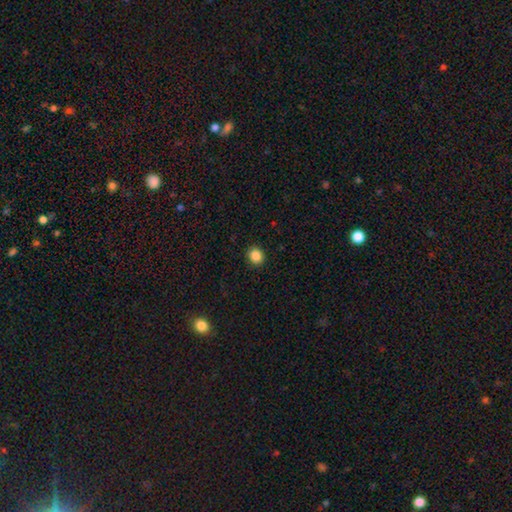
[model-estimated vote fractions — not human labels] Morphology: type=smooth (87%); roundness=round (81%); merging=none (92%).